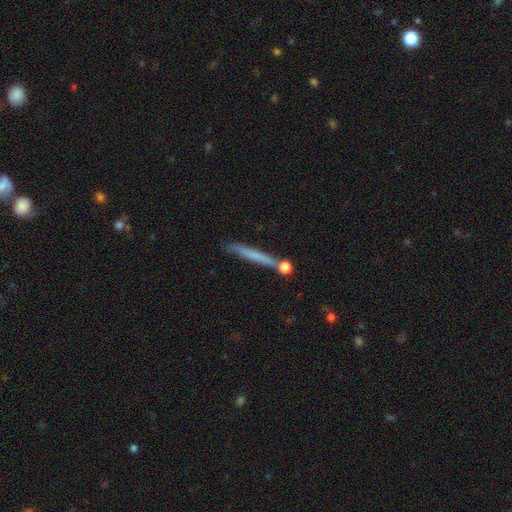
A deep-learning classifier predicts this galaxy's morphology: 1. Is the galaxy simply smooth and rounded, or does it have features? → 59% smooth, 33% featured or disk, 7% star or artifact.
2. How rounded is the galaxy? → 95% cigar-shaped, 3% in between, 2% round.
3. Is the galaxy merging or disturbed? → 76% none, 12% minor disturbance, 8% merger, 3% major disturbance.